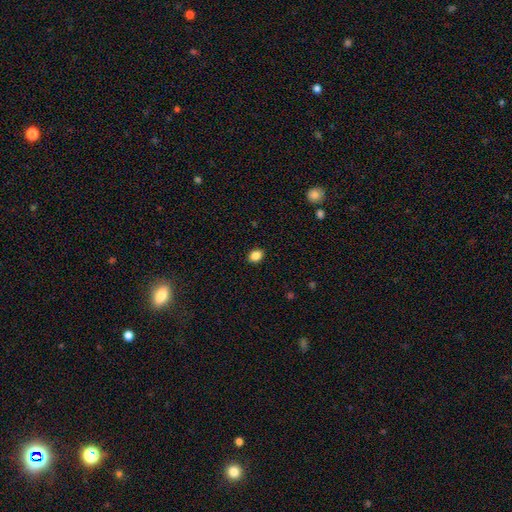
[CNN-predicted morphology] Smooth or featured?
  - smooth: 87% *
  - star or artifact: 10%
  - featured or disk: 4%
How rounded?
  - in between: 58% *
  - round: 41%
  - cigar-shaped: 1%
Merging?
  - none: 91% *
  - minor disturbance: 7%
  - major disturbance: 2%
  - merger: 1%